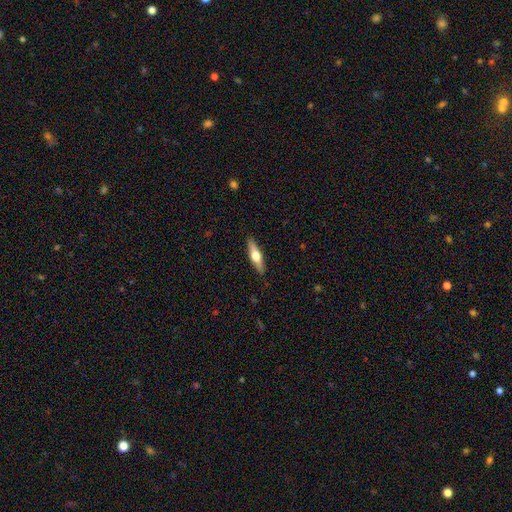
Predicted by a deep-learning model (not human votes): Smooth or featured? Predicted: featured or disk (p=0.56). Edge-on disk? Predicted: yes (p=0.95). Edge-on bulge? Predicted: rounded (p=0.95). Merging? Predicted: none (p=0.90).